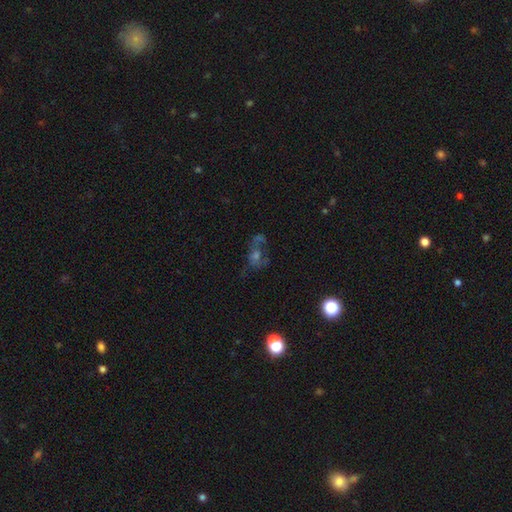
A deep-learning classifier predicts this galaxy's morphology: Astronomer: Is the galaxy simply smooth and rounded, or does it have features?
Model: featured or disk — 44% (runner-up: star or artifact, 31%).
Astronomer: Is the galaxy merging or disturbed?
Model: none — 41% (runner-up: major disturbance, 29%).